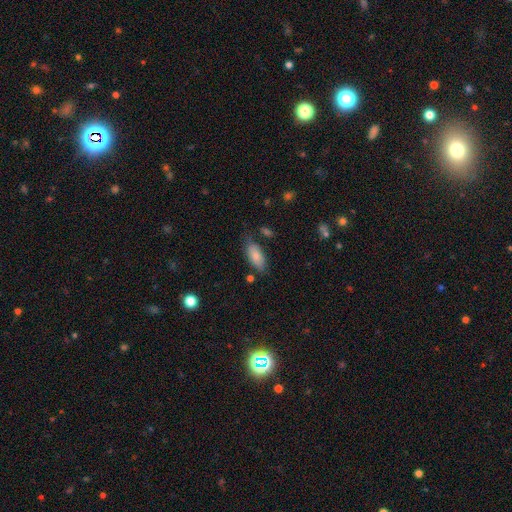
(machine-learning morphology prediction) Q: Smooth or featured?
A: smooth (78%); runner-up: featured or disk (15%)
Q: How rounded?
A: in between (88%); runner-up: cigar-shaped (10%)
Q: Merging?
A: none (68%); runner-up: minor disturbance (22%)